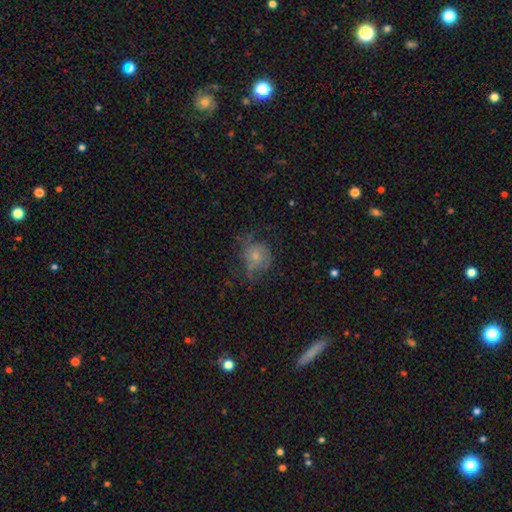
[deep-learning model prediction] featured or disk 48%, smooth 37%, star or artifact 15%. Down the decision tree: merging — none (53%).